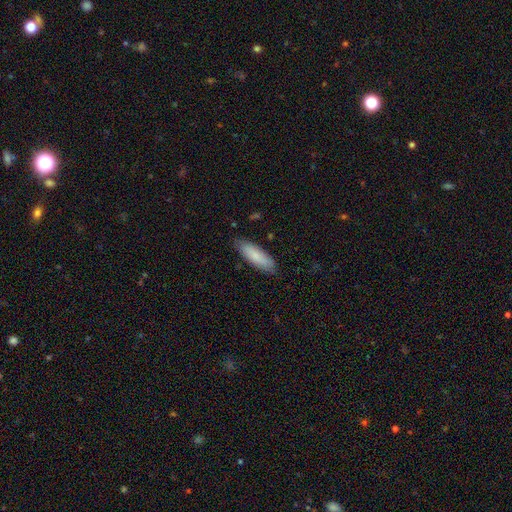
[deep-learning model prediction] Smooth or featured: smooth — 83% (featured or disk — 12%)
How rounded: in between — 53% (cigar-shaped — 46%)
Merging: none — 84% (minor disturbance — 13%)